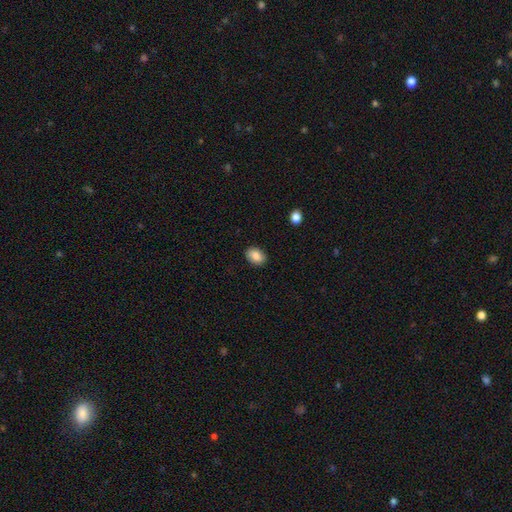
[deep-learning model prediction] This is clearly a smooth galaxy (85%). How rounded: likely in between (72%). Merging: clearly none (88%).